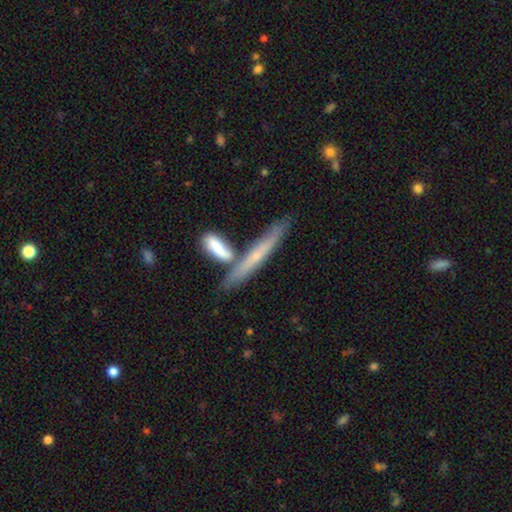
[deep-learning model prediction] Smooth or featured: featured or disk — 49% (smooth — 44%)
Merging: none — 62% (merger — 21%)